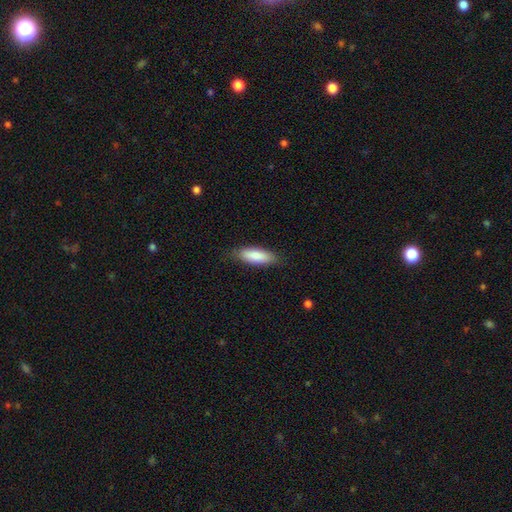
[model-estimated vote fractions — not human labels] Smooth or featured: smooth — 83% (featured or disk — 11%)
How rounded: in between — 64% (cigar-shaped — 34%)
Merging: none — 83% (minor disturbance — 14%)